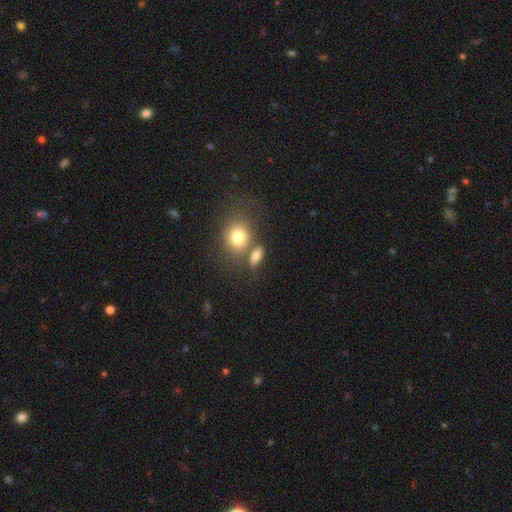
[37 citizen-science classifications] Overall: smooth (95%). How rounded: in between (66%). Merging: none (58%; merger 22%).